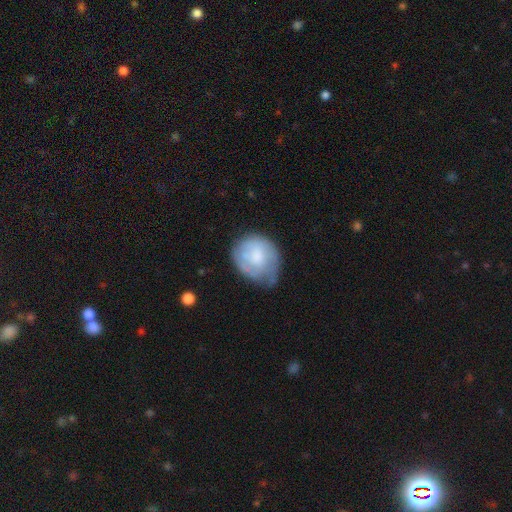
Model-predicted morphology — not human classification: type=smooth (58%); roundness=round (64%); merging=none (42%).